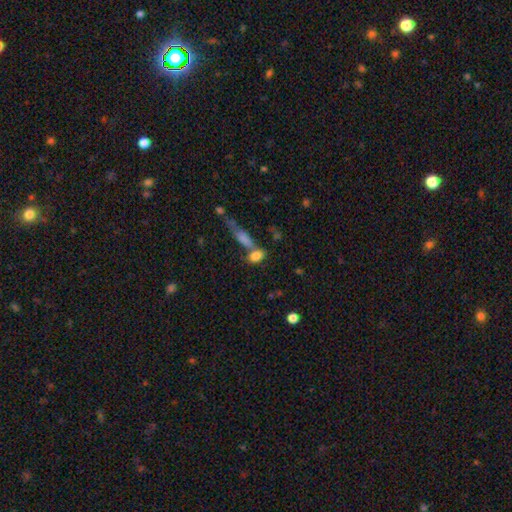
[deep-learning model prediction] This is likely a smooth galaxy (80%). How rounded: likely in between (75%). Merging: possibly none (46%).